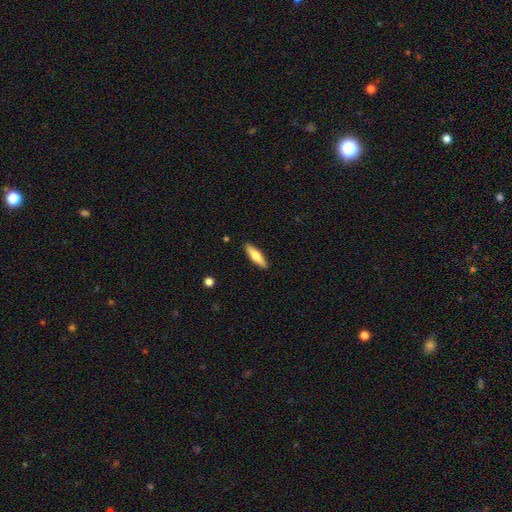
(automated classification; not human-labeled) Smooth or featured? smooth (64%)
How rounded? cigar-shaped (65%)
Merging? none (90%)